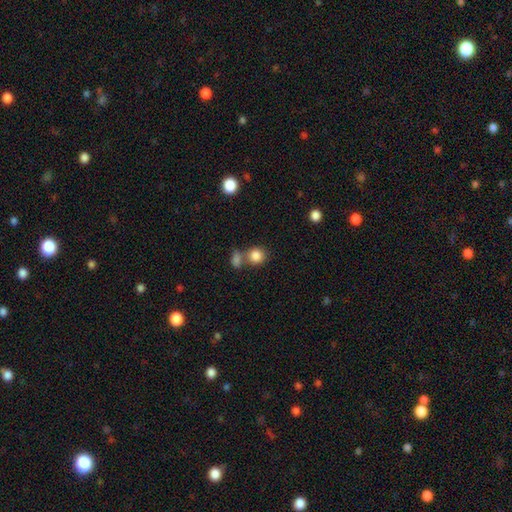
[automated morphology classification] Smooth or featured?
  - smooth: 84% *
  - star or artifact: 10%
  - featured or disk: 6%
How rounded?
  - round: 83% *
  - in between: 16%
  - cigar-shaped: 1%
Merging?
  - none: 54% *
  - merger: 33%
  - minor disturbance: 9%
  - major disturbance: 4%